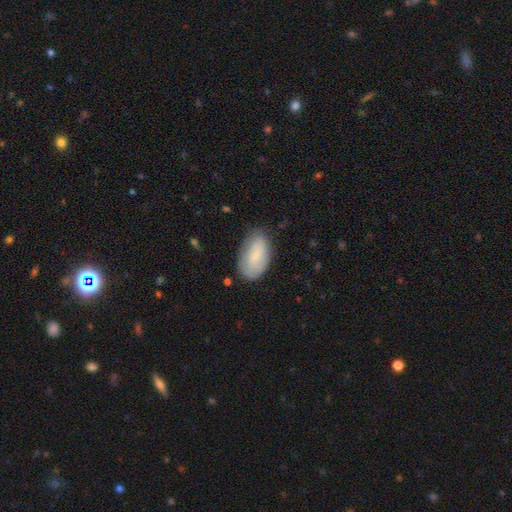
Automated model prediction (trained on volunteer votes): Smooth or featured: smooth — 75% (featured or disk — 18%)
How rounded: in between — 94% (round — 4%)
Merging: none — 71% (minor disturbance — 23%)